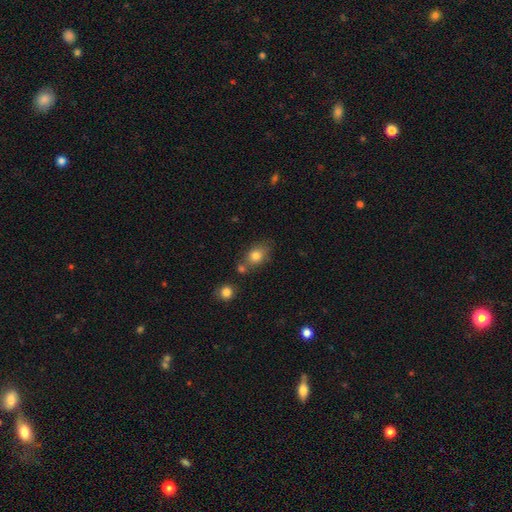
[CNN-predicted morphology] This is clearly a smooth galaxy (80%). How rounded: likely in between (62%). Merging: possibly none (59%).